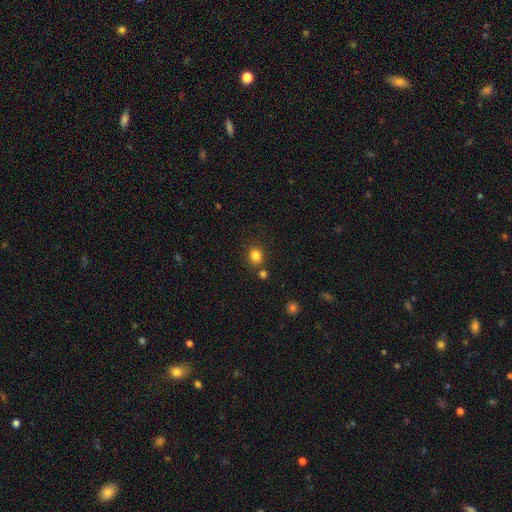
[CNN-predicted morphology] type=smooth (83%); roundness=round (61%); merging=none (75%).